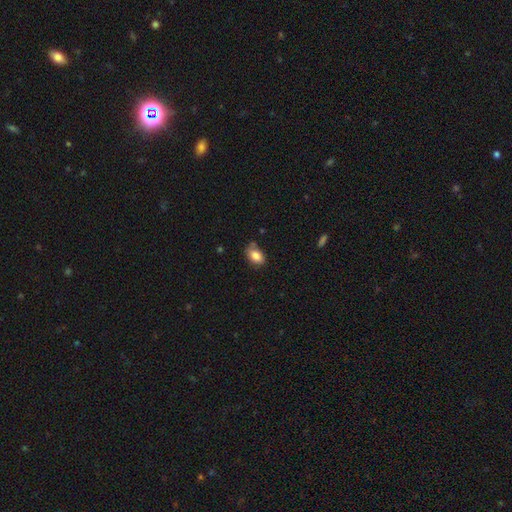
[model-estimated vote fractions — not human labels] Smooth or featured: smooth — 84% (star or artifact — 8%)
How rounded: in between — 86% (round — 12%)
Merging: none — 64% (minor disturbance — 26%)